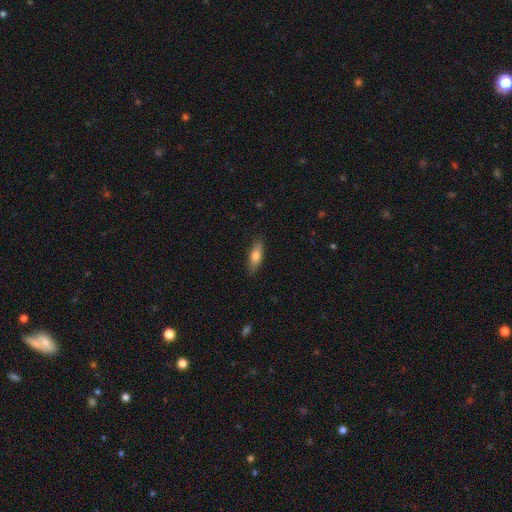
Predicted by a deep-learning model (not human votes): smooth-or-featured: smooth: 72% | featured or disk: 22% | star or artifact: 6%
  how-rounded: in between: 56% | cigar-shaped: 41% | round: 3%
  merging: none: 86% | minor disturbance: 11% | major disturbance: 2% | merger: 1%